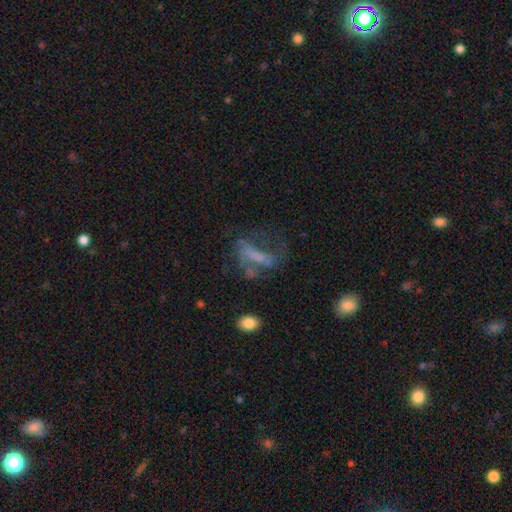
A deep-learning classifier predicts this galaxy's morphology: Smooth or featured? featured or disk (49%)
Merging? major disturbance (43%)